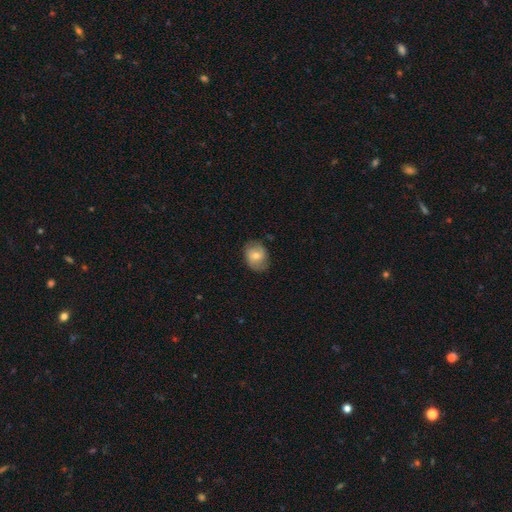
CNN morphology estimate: smooth 58%, featured or disk 34%, star or artifact 8%. Down the decision tree: how rounded — in between (56%); merging — none (74%).